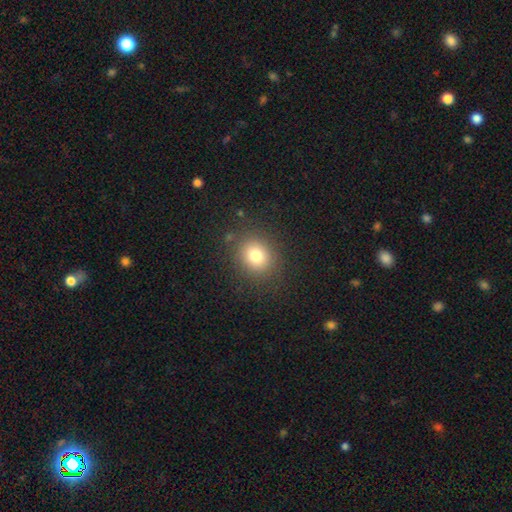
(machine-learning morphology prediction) smooth 79%, star or artifact 13%, featured or disk 9%. Down the decision tree: how rounded — round (72%); merging — none (86%).